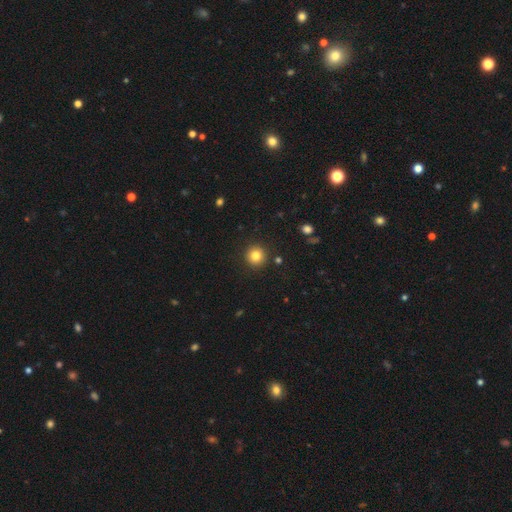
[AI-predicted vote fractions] Morphology: type=smooth (82%); roundness=round (94%); merging=none (91%).